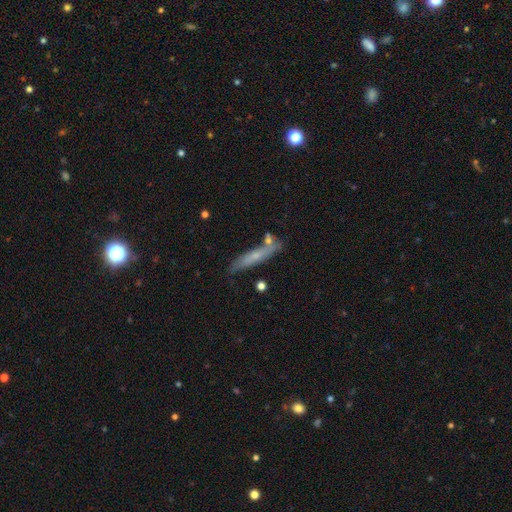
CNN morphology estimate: A smooth galaxy with no disk features (52%) that is cigar-shaped (89%). Merging: none (73%).